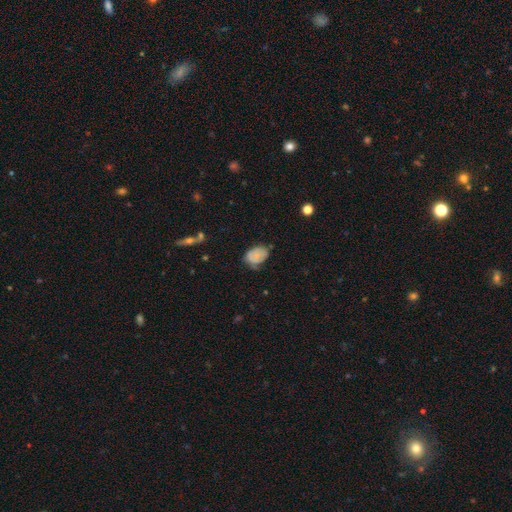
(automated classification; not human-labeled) Morphology: type=smooth (68%); roundness=in between (79%); merging=none (55%).